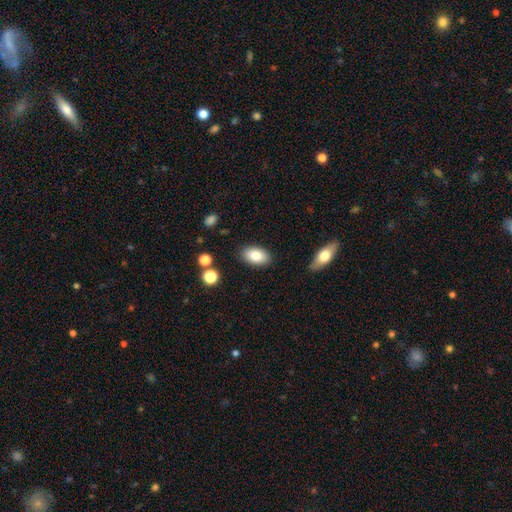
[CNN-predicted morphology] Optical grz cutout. It shows a smooth galaxy with no disk features (82%) that is in between round and cigar-shaped (93%). Merging: none (86%).